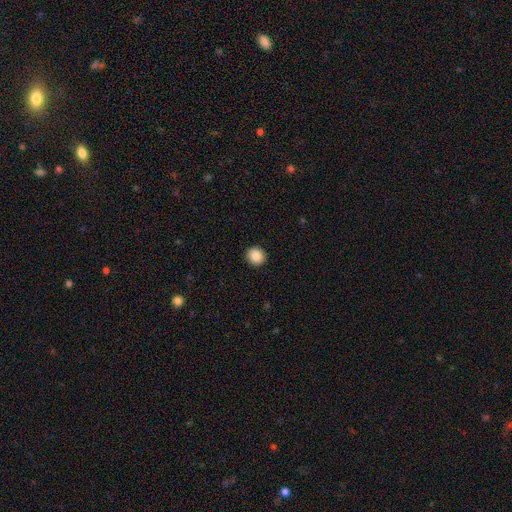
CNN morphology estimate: The model was most divided on "how rounded": round: 86%, in between: 13%, cigar-shaped: 1%. More confident: merging — none (92%); smooth or featured — smooth (87%).